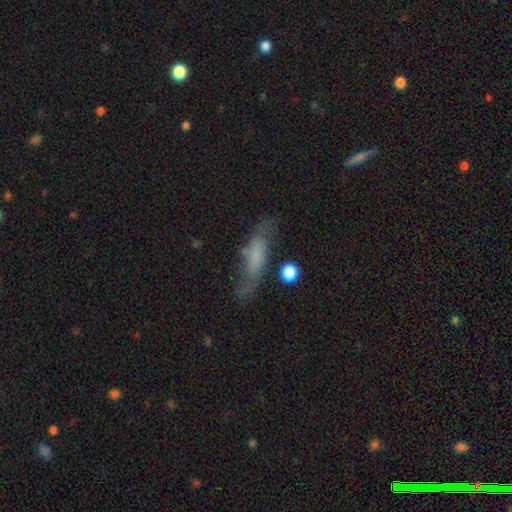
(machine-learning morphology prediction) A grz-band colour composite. It shows a smooth galaxy with no disk features (54%) that is cigar-shaped (58%). Merging: none (61%).